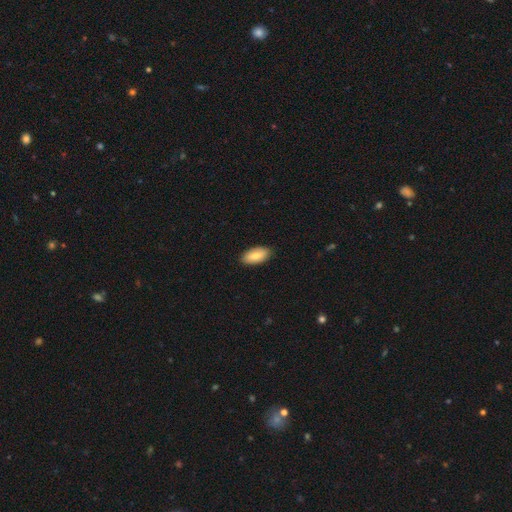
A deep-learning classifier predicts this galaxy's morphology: This is clearly a smooth galaxy (84%). How rounded: clearly in between (92%). Merging: clearly none (88%).